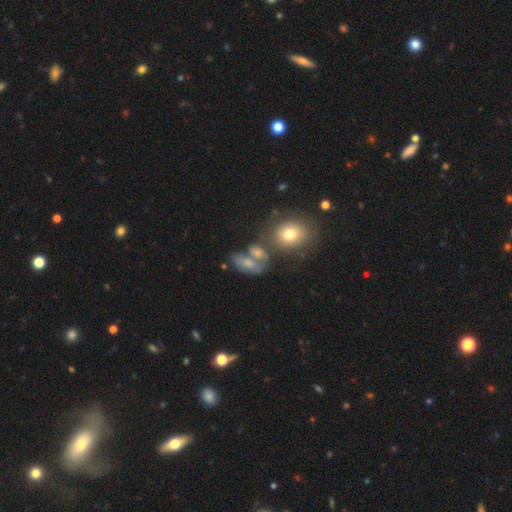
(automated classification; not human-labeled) This appears to be a smooth galaxy with no disk features (56%) that is in between round and cigar-shaped (77%). Merging: merger (39%).